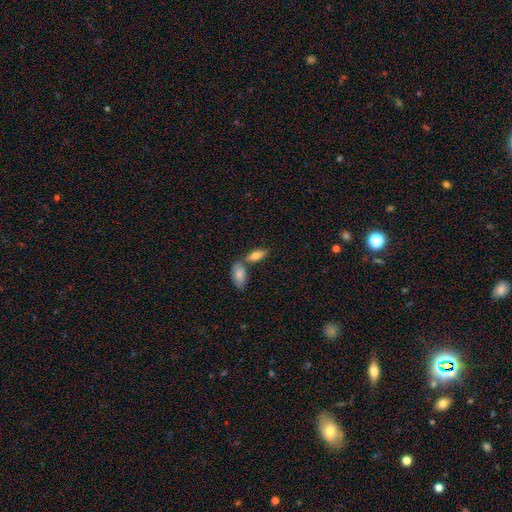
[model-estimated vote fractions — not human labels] smooth_or_featured: smooth (p=0.74) [alt: featured or disk p=0.19]
how_rounded: in between (p=0.76) [alt: cigar-shaped p=0.21]
merging: none (p=0.58) [alt: merger p=0.27]